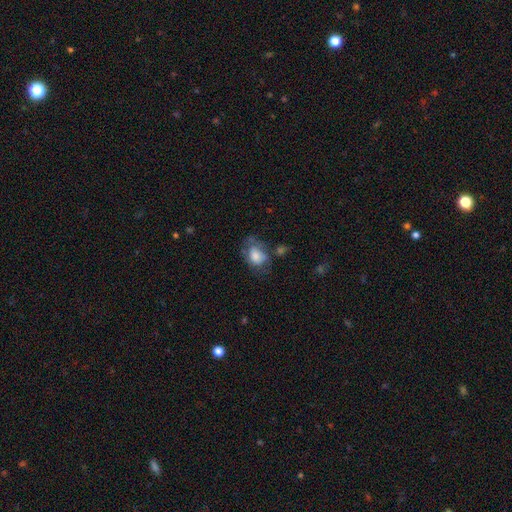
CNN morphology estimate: The model was most divided on "merging": none: 41%, minor disturbance: 29%, major disturbance: 21%, merger: 8%. More confident: how rounded — in between (74%); smooth or featured — smooth (70%).